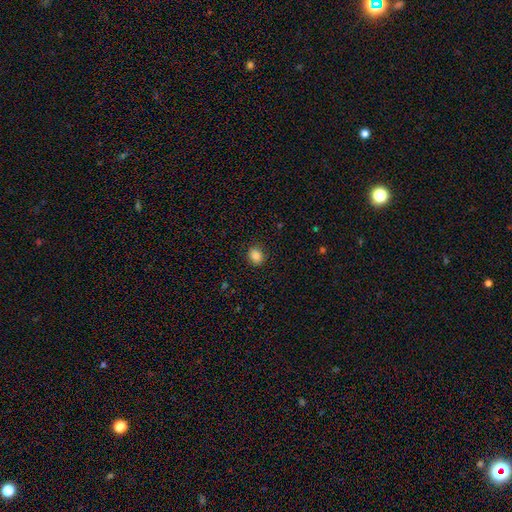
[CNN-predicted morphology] Smooth or featured? Predicted: smooth (p=0.87). How rounded? Predicted: round (p=0.56). Merging? Predicted: none (p=0.89).